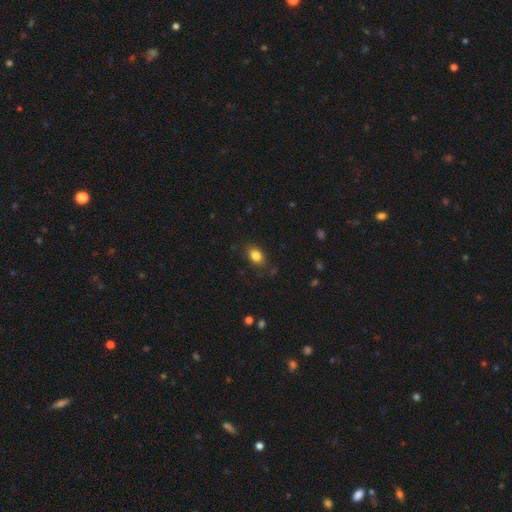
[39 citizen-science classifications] Q: Smooth or featured?
A: smooth (82%); runner-up: featured or disk (10%)
Q: How rounded?
A: in between (84%); runner-up: round (12%)
Q: Merging?
A: none (81%); runner-up: minor disturbance (17%)